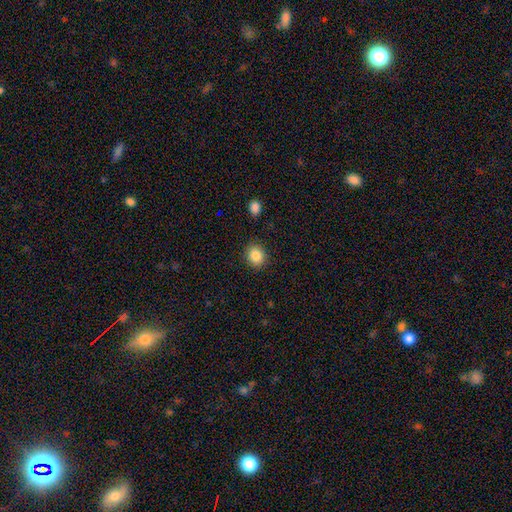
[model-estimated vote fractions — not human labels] The model was most divided on "how rounded": round: 73%, in between: 26%, cigar-shaped: 1%. More confident: merging — none (88%); smooth or featured — smooth (86%).